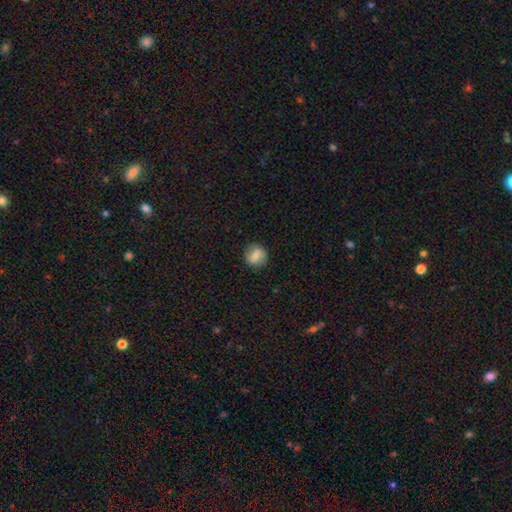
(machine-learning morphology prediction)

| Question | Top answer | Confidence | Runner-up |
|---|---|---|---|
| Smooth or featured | smooth | 66% | featured or disk (25%) |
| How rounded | round | 77% | in between (22%) |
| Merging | none | 81% | minor disturbance (14%) |